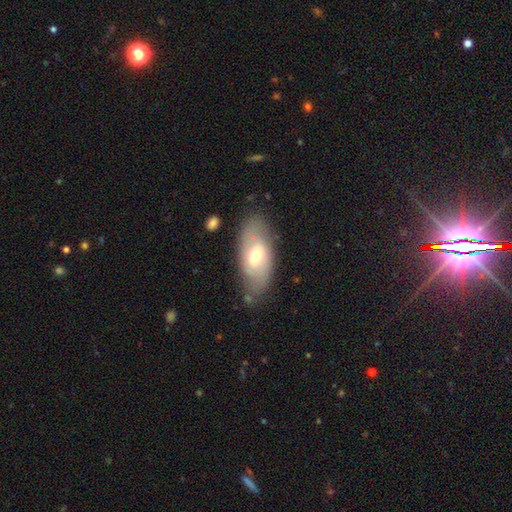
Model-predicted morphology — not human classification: type=smooth (54%); roundness=in between (90%); merging=none (72%).